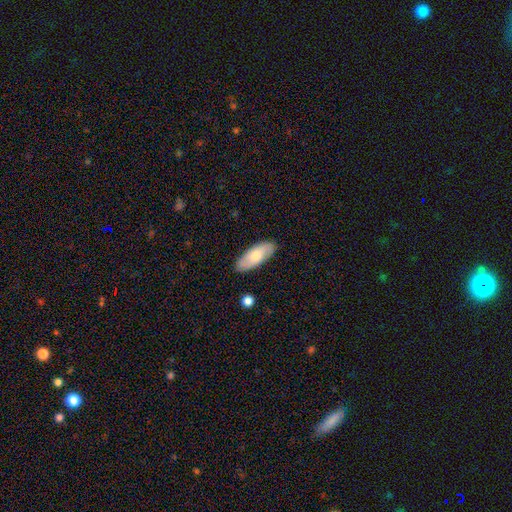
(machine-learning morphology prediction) type=smooth (68%); roundness=in between (78%); merging=none (87%).